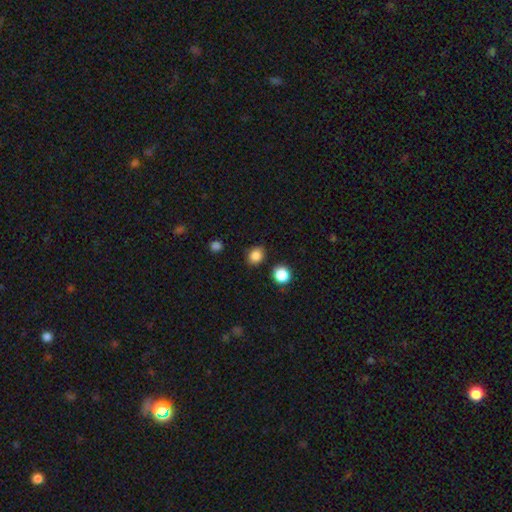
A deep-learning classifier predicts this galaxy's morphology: Smooth or featured?
  - smooth: 85% *
  - star or artifact: 11%
  - featured or disk: 4%
How rounded?
  - round: 63% *
  - in between: 37%
  - cigar-shaped: 1%
Merging?
  - none: 83% *
  - minor disturbance: 11%
  - merger: 3%
  - major disturbance: 3%